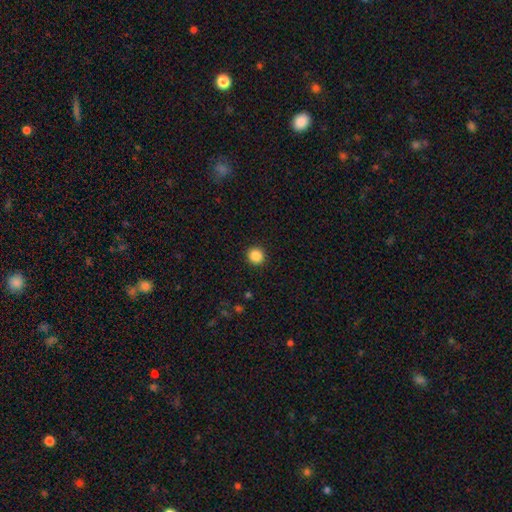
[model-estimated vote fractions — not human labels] Smooth or featured? Predicted: smooth (p=0.87). How rounded? Predicted: round (p=0.92). Merging? Predicted: none (p=0.92).